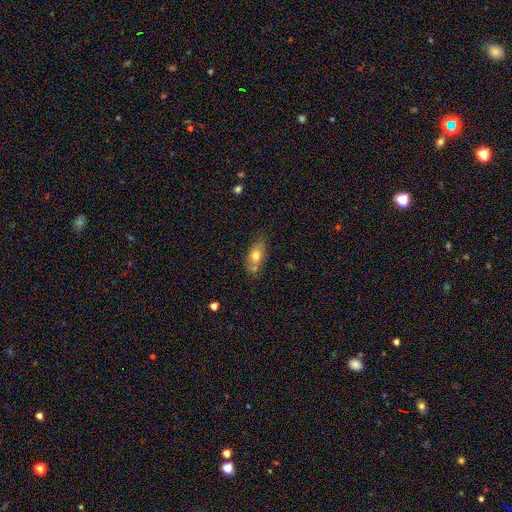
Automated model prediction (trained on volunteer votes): Overall: smooth (72%). How rounded: in between (86%). Merging: none (65%).